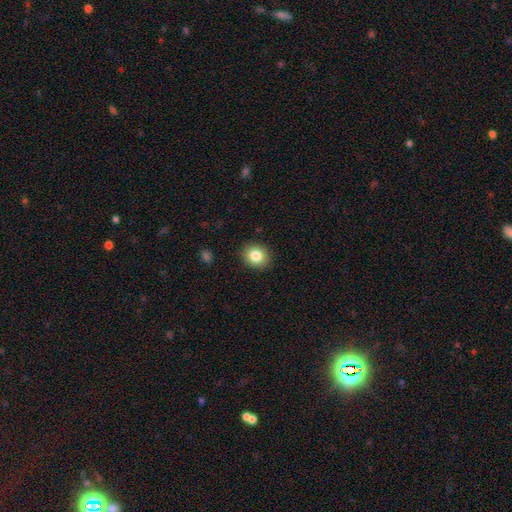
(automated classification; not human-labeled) Smooth or featured? smooth (83%)
How rounded? round (72%)
Merging? none (90%)